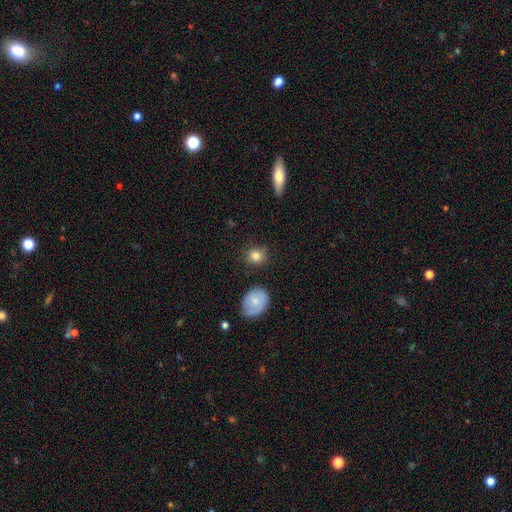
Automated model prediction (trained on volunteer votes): Smooth or featured: smooth — 84% (star or artifact — 9%)
How rounded: round — 75% (in between — 24%)
Merging: none — 80% (minor disturbance — 13%)